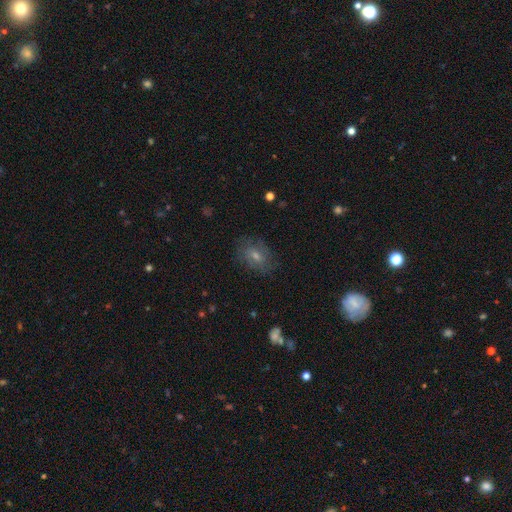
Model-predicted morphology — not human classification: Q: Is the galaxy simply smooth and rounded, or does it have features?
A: featured or disk — 40%.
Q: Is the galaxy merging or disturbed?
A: none — 77%.